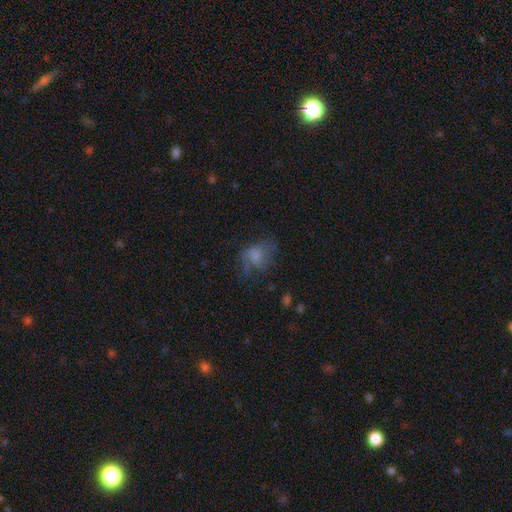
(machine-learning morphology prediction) This is possibly a smooth galaxy (55%). How rounded: possibly in between (59%). Merging: marginally none (38%).